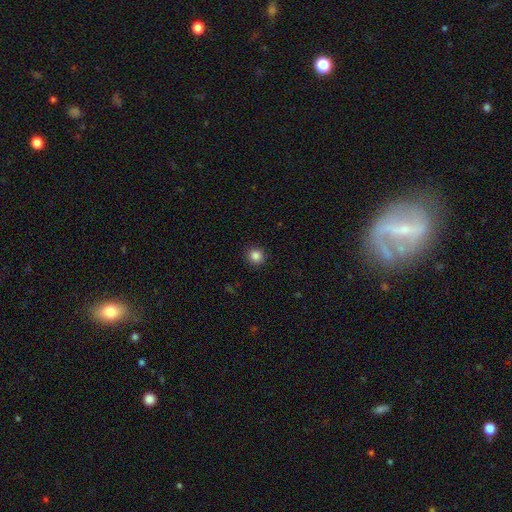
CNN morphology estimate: smooth 85%, star or artifact 11%, featured or disk 4%. Down the decision tree: how rounded — round (91%); merging — none (92%).